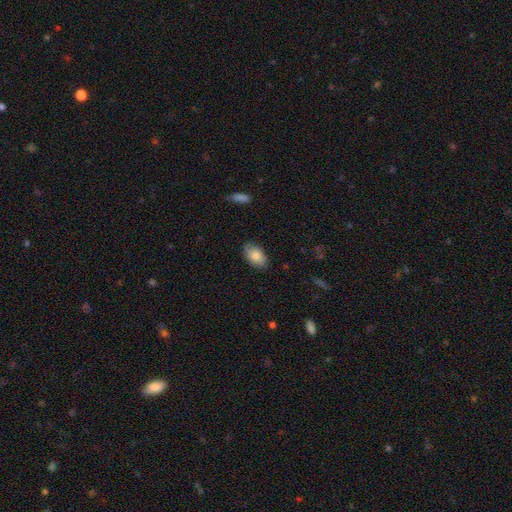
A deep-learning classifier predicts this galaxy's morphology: smooth_or_featured: smooth (p=0.83) [alt: featured or disk p=0.10]
how_rounded: in between (p=0.92) [alt: round p=0.07]
merging: none (p=0.81) [alt: minor disturbance p=0.15]